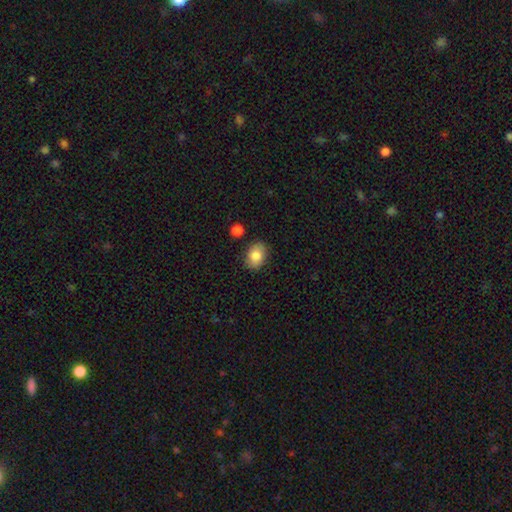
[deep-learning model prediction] Smooth or featured?
  - smooth: 83% *
  - featured or disk: 9%
  - star or artifact: 8%
How rounded?
  - in between: 71% *
  - round: 28%
  - cigar-shaped: 1%
Merging?
  - none: 84% *
  - minor disturbance: 11%
  - merger: 3%
  - major disturbance: 3%